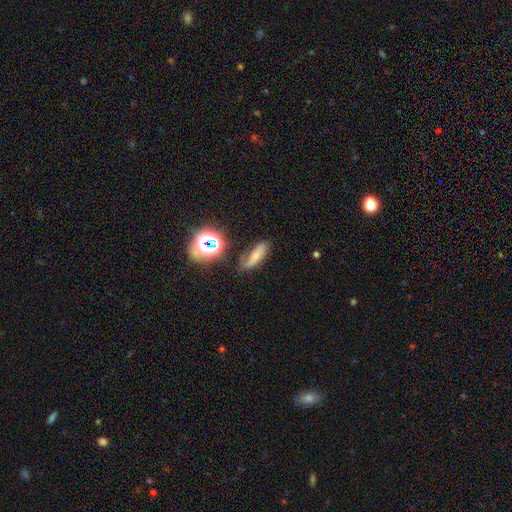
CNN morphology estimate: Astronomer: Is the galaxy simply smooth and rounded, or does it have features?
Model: smooth — 54%.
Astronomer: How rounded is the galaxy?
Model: in between — 57% (runner-up: cigar-shaped, 34%).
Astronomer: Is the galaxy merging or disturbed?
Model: none — 60%.